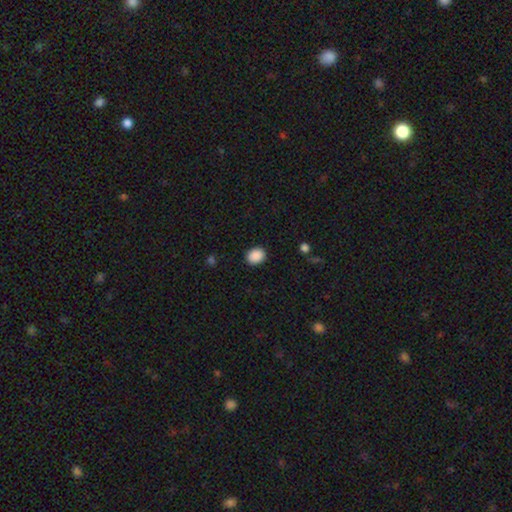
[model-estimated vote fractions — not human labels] Morphology: type=smooth (89%); roundness=round (57%); merging=none (90%).